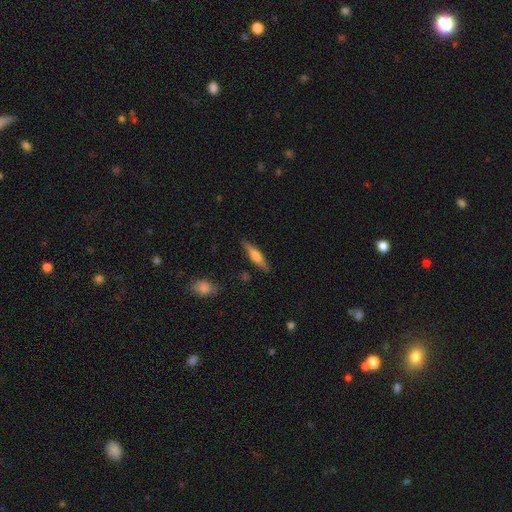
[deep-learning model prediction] Q: Smooth or featured?
A: smooth (56%); runner-up: featured or disk (38%)
Q: How rounded?
A: cigar-shaped (82%); runner-up: in between (16%)
Q: Merging?
A: none (86%); runner-up: minor disturbance (10%)